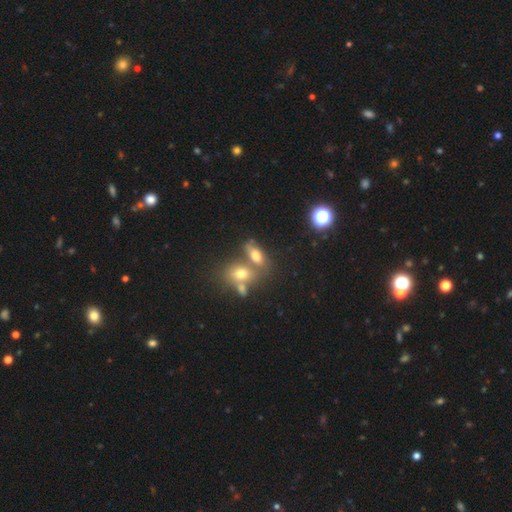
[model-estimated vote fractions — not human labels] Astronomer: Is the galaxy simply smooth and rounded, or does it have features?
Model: smooth — 66%.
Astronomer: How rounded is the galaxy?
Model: in between — 79%.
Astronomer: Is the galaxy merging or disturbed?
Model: merger — 44% (runner-up: none, 38%).